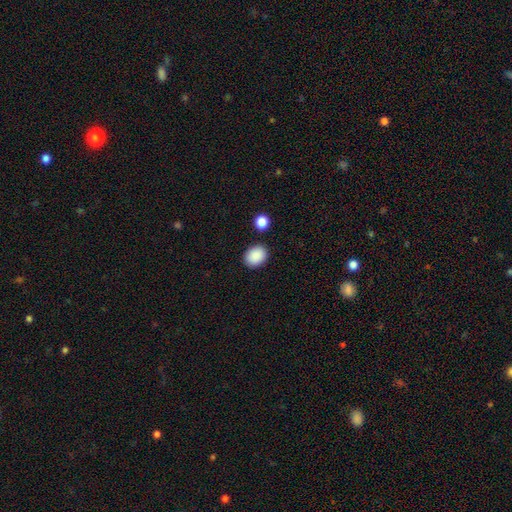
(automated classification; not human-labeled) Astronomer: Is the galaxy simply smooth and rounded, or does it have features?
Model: smooth — 89%.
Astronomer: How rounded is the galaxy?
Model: in between — 61% (runner-up: round, 39%).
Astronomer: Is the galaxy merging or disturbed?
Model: none — 86%.